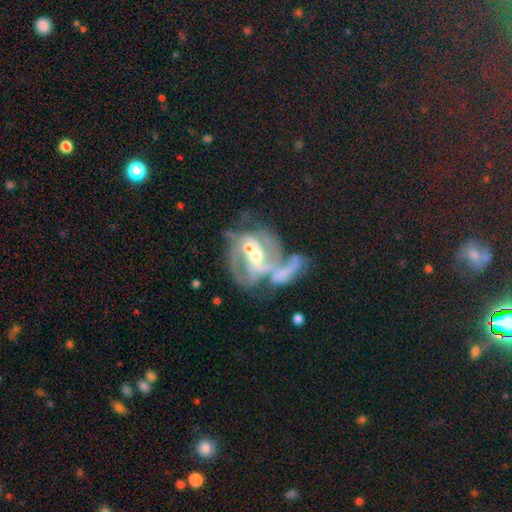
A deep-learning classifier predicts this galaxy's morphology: Smooth or featured? featured or disk (82%)
Edge-on disk? no (97%)
Bar? no (50%)
Spiral arms? yes (83%)
Spiral winding? medium (45%)
Spiral arm count? 2 (50%)
Bulge size? moderate (64%)
Merging? merger (48%)